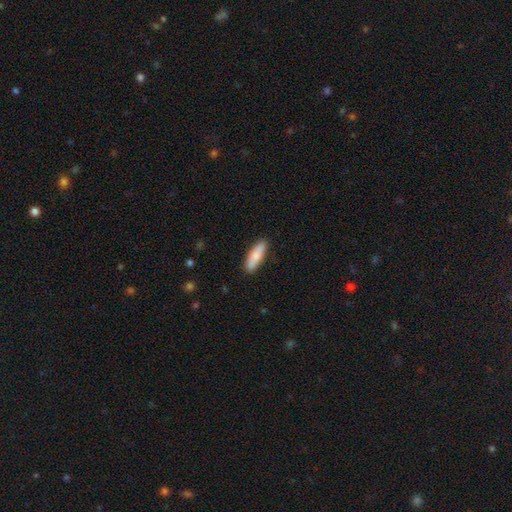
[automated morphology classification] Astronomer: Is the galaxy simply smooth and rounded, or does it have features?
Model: smooth — 82%.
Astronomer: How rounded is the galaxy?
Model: cigar-shaped — 55% (runner-up: in between, 43%).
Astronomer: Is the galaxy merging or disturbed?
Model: none — 89%.